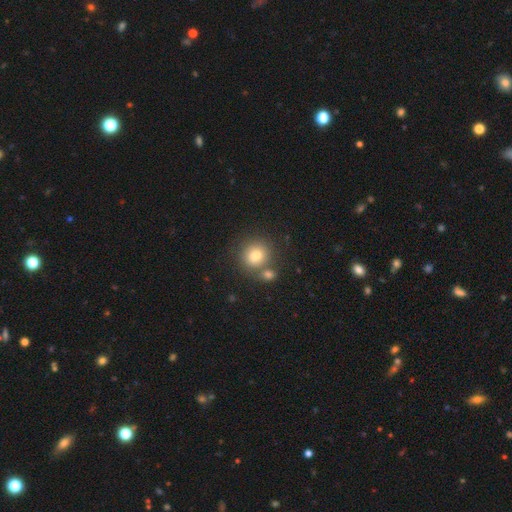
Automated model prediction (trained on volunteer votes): A smooth galaxy with no disk features (81%) that is round (82%).

Vote fractions:
- Smooth or featured? smooth: 81% / featured or disk: 10% / star or artifact: 10%
- How rounded? round: 82% / in between: 17% / cigar-shaped: 1%
- Merging? none: 61% / merger: 26% / minor disturbance: 10% / major disturbance: 3%